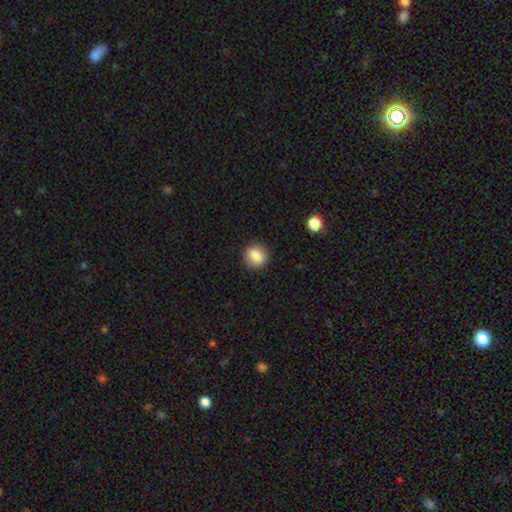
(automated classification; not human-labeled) Smooth or featured?
  - smooth: 84% *
  - star or artifact: 9%
  - featured or disk: 7%
How rounded?
  - round: 75% *
  - in between: 24%
  - cigar-shaped: 1%
Merging?
  - none: 87% *
  - minor disturbance: 9%
  - major disturbance: 3%
  - merger: 1%